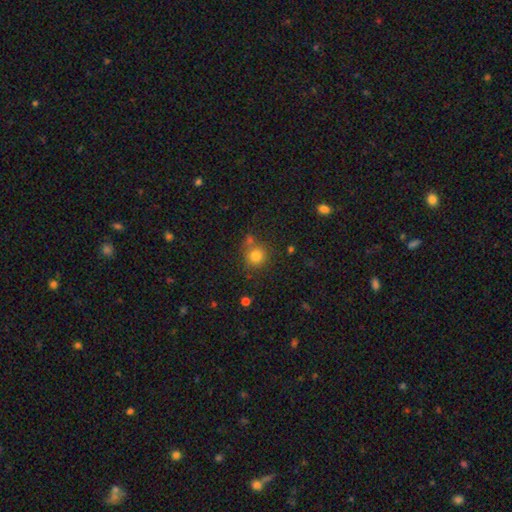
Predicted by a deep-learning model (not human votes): Smooth or featured? smooth (81%)
How rounded? round (90%)
Merging? none (68%)